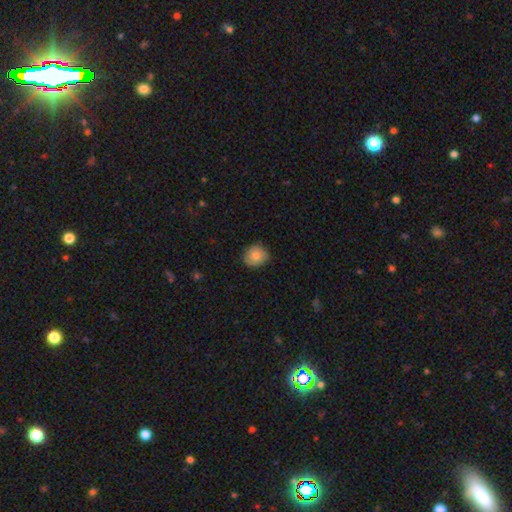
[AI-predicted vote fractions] smooth 82%, featured or disk 10%, star or artifact 8%. Down the decision tree: how rounded — round (76%); merging — none (79%).